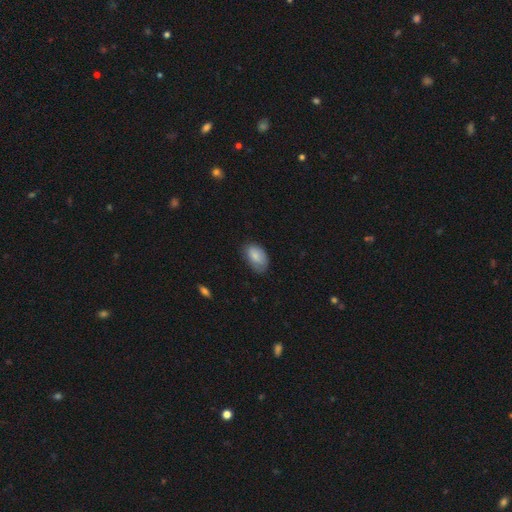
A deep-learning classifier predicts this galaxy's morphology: smooth_or_featured: smooth (p=0.82) [alt: featured or disk p=0.11]
how_rounded: in between (p=0.91) [alt: round p=0.07]
merging: none (p=0.65) [alt: minor disturbance p=0.28]